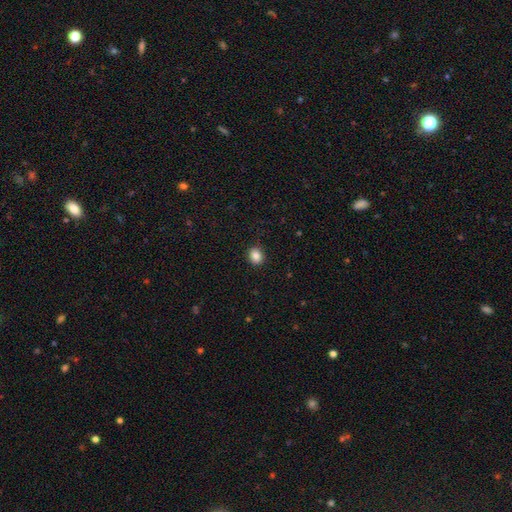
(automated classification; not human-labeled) smooth 86%, star or artifact 10%, featured or disk 4%. Down the decision tree: how rounded — round (62%); merging — none (89%).